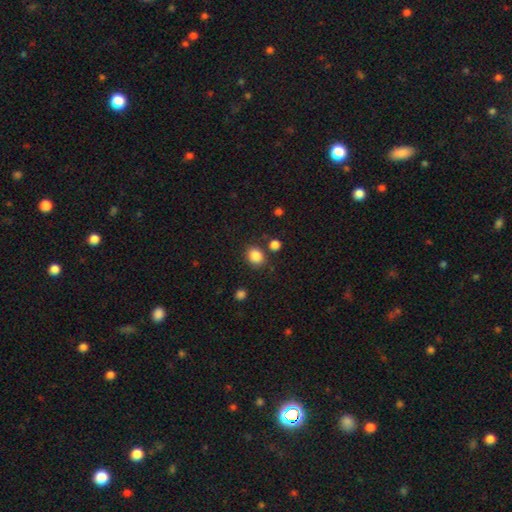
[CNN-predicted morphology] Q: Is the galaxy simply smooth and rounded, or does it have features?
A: smooth — 86%.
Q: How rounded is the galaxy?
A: round — 63%.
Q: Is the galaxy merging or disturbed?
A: none — 80%.